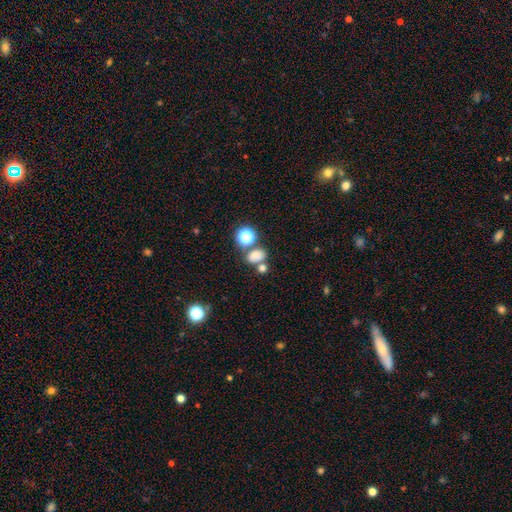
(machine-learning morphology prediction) Smooth or featured? Predicted: smooth (p=0.73). How rounded? Predicted: in between (p=0.62). Merging? Predicted: none (p=0.56).